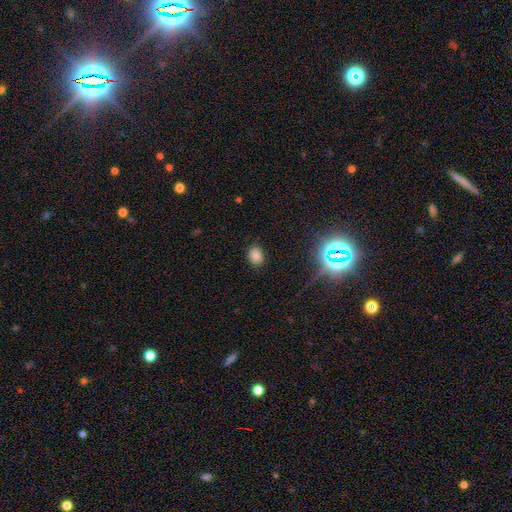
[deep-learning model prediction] A smooth galaxy with no disk features (79%) that is in between round and cigar-shaped (60%). Merging: none (86%).